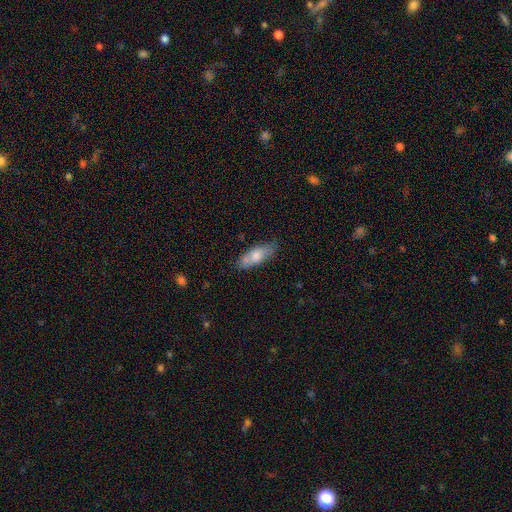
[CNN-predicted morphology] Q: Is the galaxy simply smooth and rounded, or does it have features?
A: smooth — 66%.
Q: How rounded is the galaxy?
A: in between — 61%.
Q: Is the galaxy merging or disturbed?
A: none — 69%.